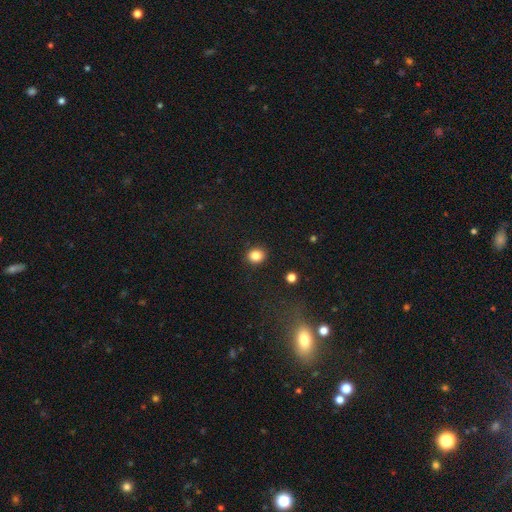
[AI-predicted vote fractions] smooth 85%, star or artifact 11%, featured or disk 5%. Down the decision tree: how rounded — round (74%); merging — none (91%).